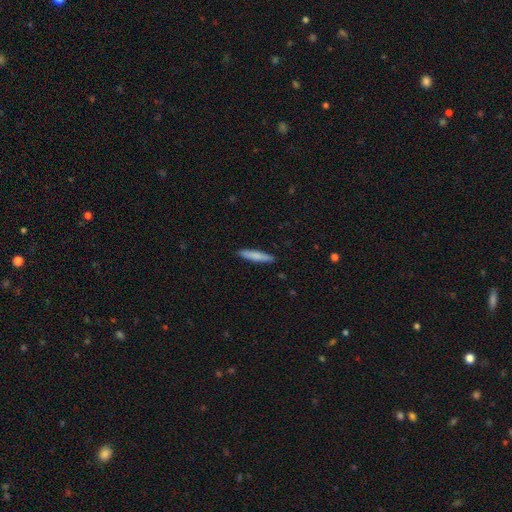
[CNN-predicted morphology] Q: Smooth or featured?
A: smooth (78%); runner-up: featured or disk (16%)
Q: How rounded?
A: cigar-shaped (90%); runner-up: in between (8%)
Q: Merging?
A: none (91%); runner-up: minor disturbance (7%)